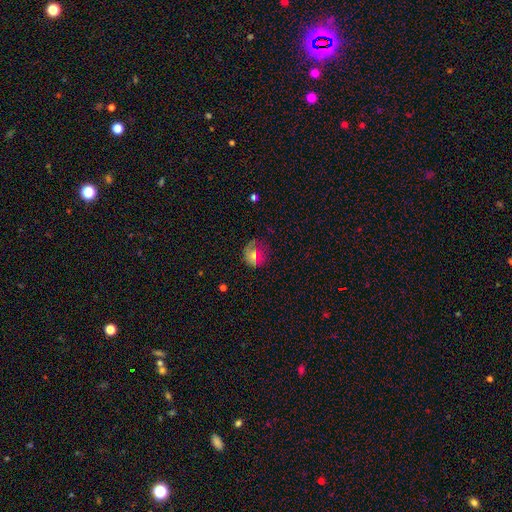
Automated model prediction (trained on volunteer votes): Smooth or featured? Predicted: smooth (p=0.58). How rounded? Predicted: round (p=0.73). Merging? Predicted: none (p=0.52).